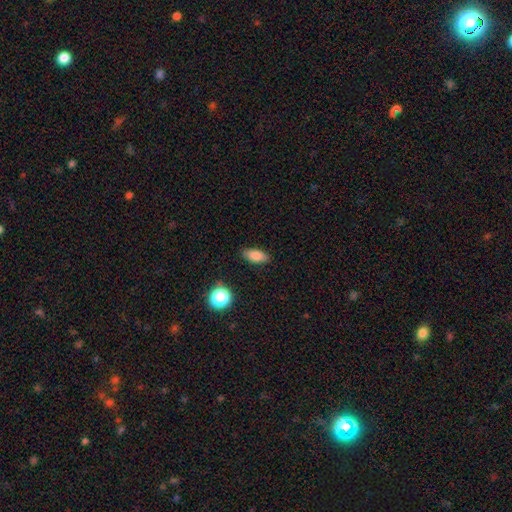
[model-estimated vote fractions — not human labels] A smooth galaxy with no disk features (83%) that is in between round and cigar-shaped (83%). Merging: none (86%).